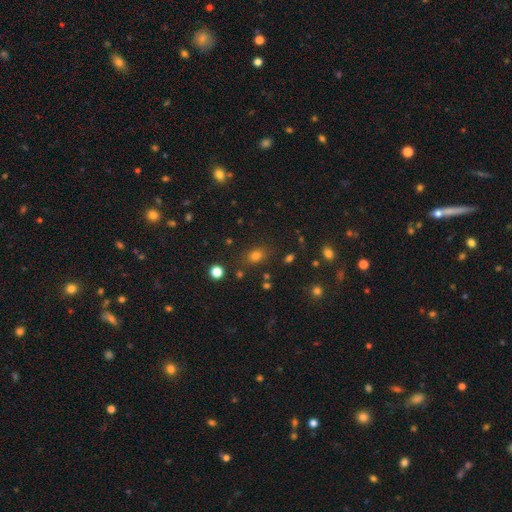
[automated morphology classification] Smooth or featured: smooth — 76% (star or artifact — 17%)
How rounded: in between — 64% (round — 34%)
Merging: none — 80% (minor disturbance — 12%)